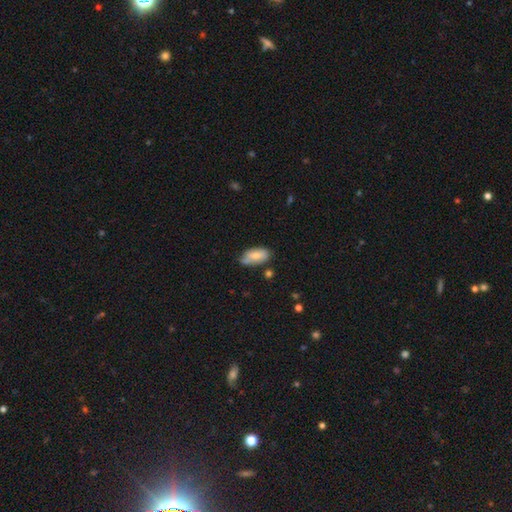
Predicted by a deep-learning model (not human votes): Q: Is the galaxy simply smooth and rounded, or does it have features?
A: smooth — 74%.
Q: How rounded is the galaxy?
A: in between — 91%.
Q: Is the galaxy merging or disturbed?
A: none — 58%.